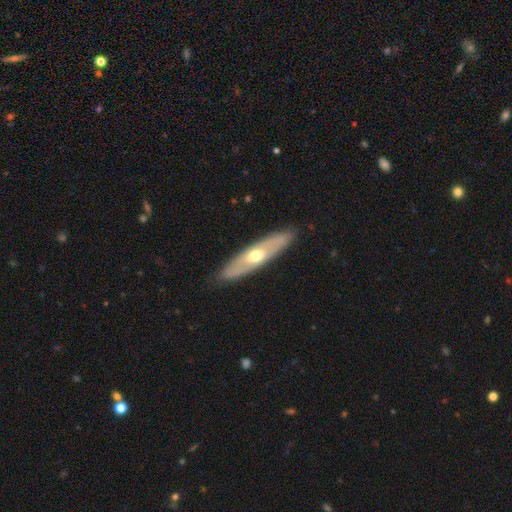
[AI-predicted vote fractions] smooth-or-featured: featured or disk: 57% | smooth: 38% | star or artifact: 5%
  disk-edge-on: no: 51% | yes: 49%
  merging: none: 87% | minor disturbance: 10% | major disturbance: 2% | merger: 1%